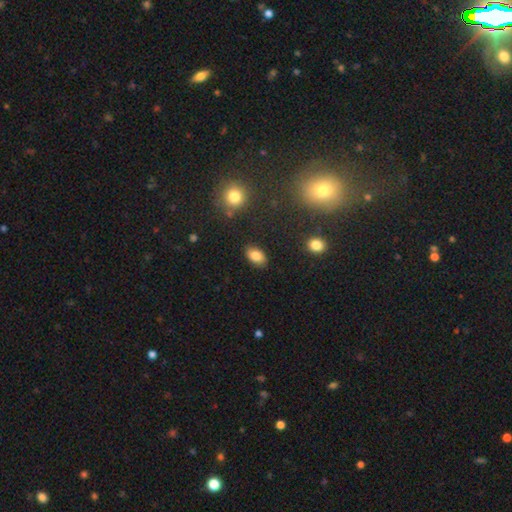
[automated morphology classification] This appears to be a smooth galaxy with no disk features (82%) that is in between round and cigar-shaped (90%). Merging: none (87%).